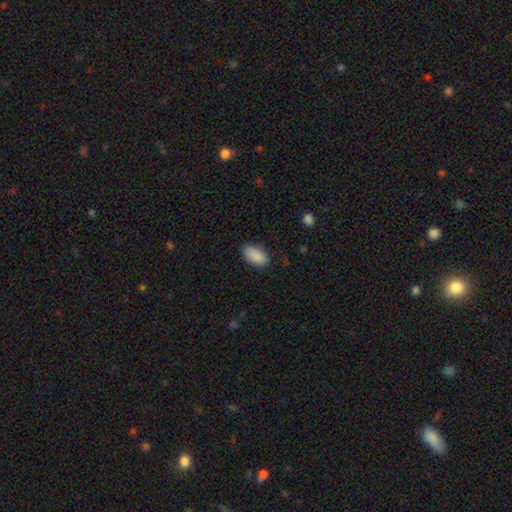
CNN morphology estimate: This appears to be a smooth galaxy with no disk features (89%) that is in between round and cigar-shaped (94%). Merging: none (81%).